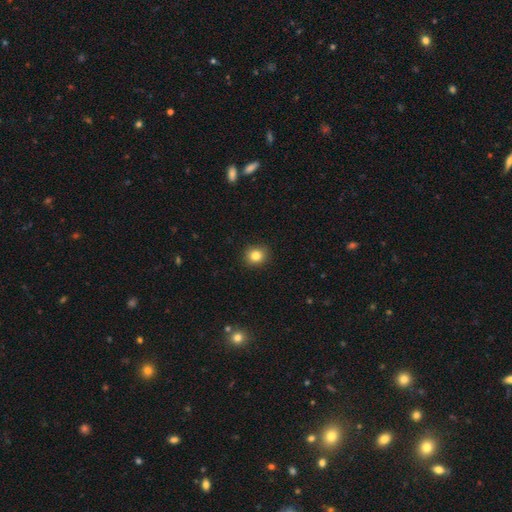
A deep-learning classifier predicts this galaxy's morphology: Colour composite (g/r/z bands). It shows a smooth galaxy with no disk features (83%) that is round (84%). Merging: none (91%).